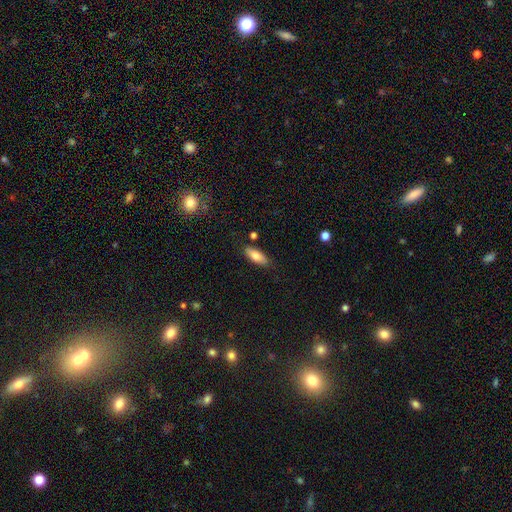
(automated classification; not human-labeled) This appears to be a smooth galaxy with no disk features (78%) that is in between round and cigar-shaped (75%). Merging: none (82%).